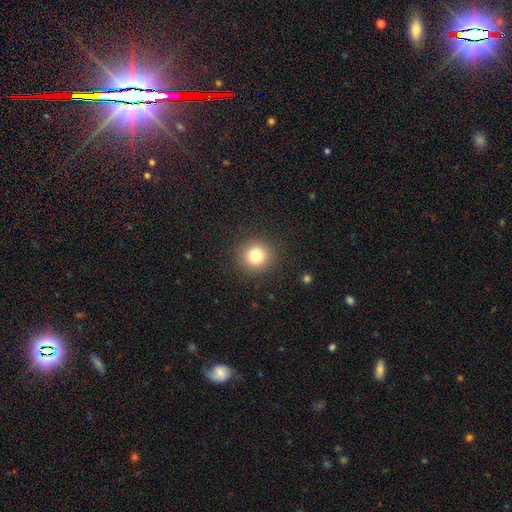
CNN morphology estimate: A smooth galaxy with no disk features (80%) that is round (93%).

Vote fractions:
- Smooth or featured? smooth: 80% / star or artifact: 12% / featured or disk: 8%
- How rounded? round: 93% / in between: 6% / cigar-shaped: 1%
- Merging? none: 91% / minor disturbance: 6% / major disturbance: 3% / merger: 1%